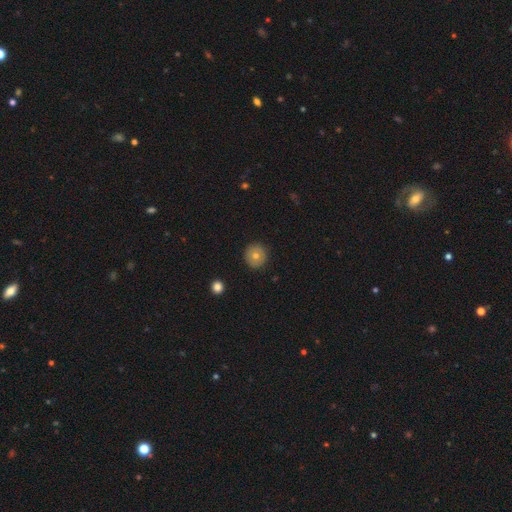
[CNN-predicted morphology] type=smooth (72%); roundness=round (95%); merging=none (92%).